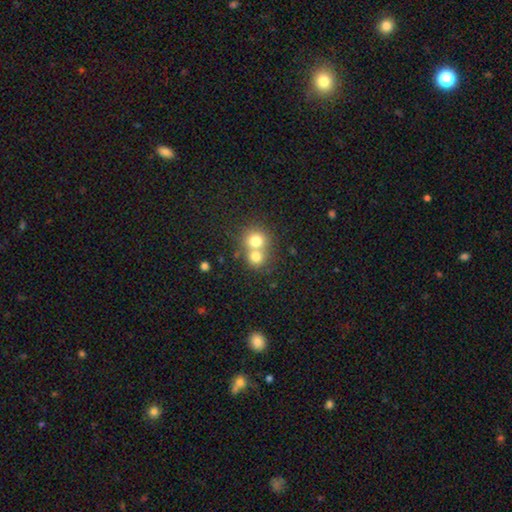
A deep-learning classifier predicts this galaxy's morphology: Smooth or featured? Predicted: smooth (p=0.66). How rounded? Predicted: round (p=0.84). Merging? Predicted: merger (p=0.52).